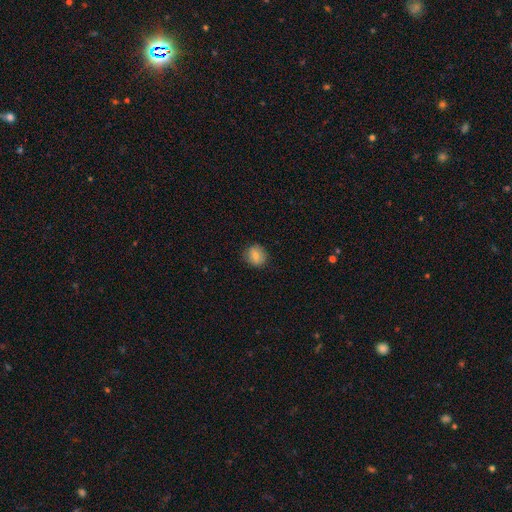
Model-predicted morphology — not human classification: Q: Smooth or featured?
A: smooth (80%); runner-up: featured or disk (12%)
Q: How rounded?
A: round (79%); runner-up: in between (20%)
Q: Merging?
A: none (85%); runner-up: minor disturbance (12%)